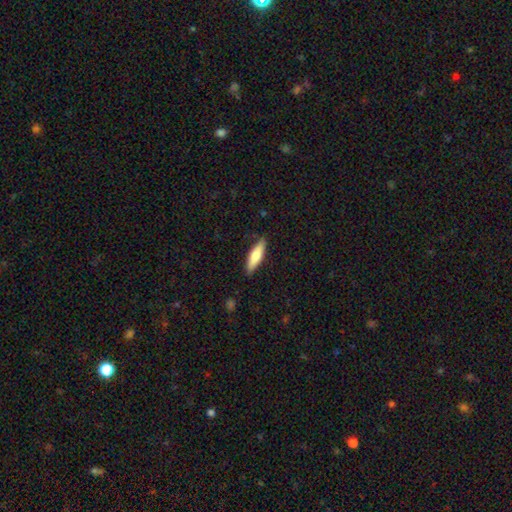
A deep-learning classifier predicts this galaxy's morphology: smooth_or_featured: smooth (p=0.70) [alt: featured or disk p=0.24]
how_rounded: cigar-shaped (p=0.63) [alt: in between p=0.35]
merging: none (p=0.87) [alt: minor disturbance p=0.10]